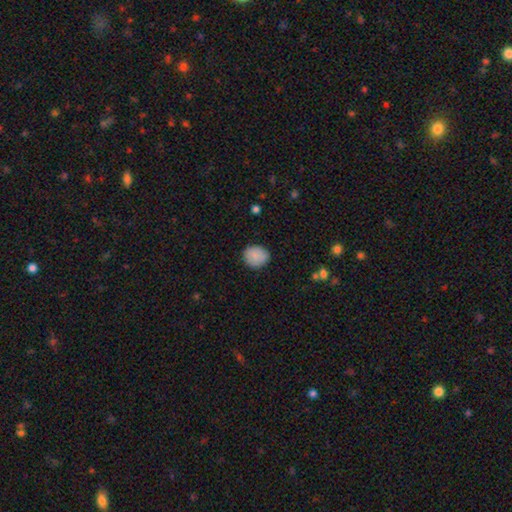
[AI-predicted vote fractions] Q: Smooth or featured?
A: smooth (87%); runner-up: star or artifact (8%)
Q: How rounded?
A: round (76%); runner-up: in between (23%)
Q: Merging?
A: none (86%); runner-up: minor disturbance (11%)